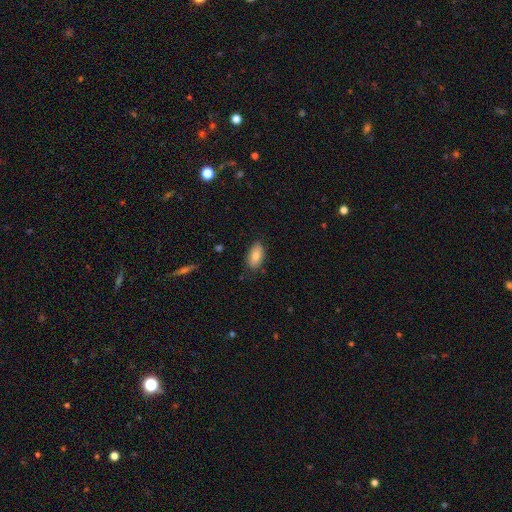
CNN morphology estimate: This is clearly a smooth galaxy (82%). How rounded: clearly in between (92%). Merging: clearly none (80%).